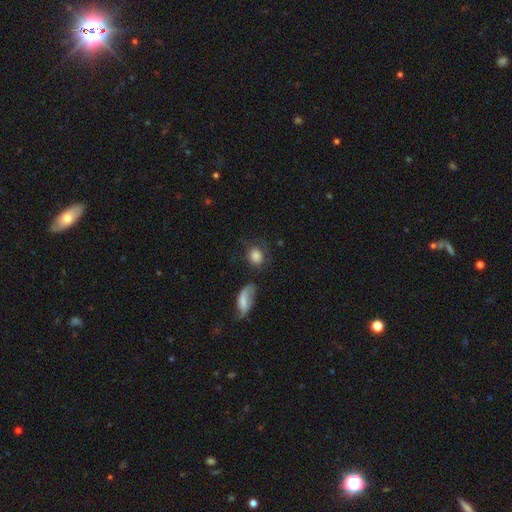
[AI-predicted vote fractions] smooth-or-featured: smooth: 78% | featured or disk: 13% | star or artifact: 9%
  how-rounded: round: 60% | in between: 38% | cigar-shaped: 2%
  merging: none: 54% | minor disturbance: 21% | major disturbance: 14% | merger: 11%